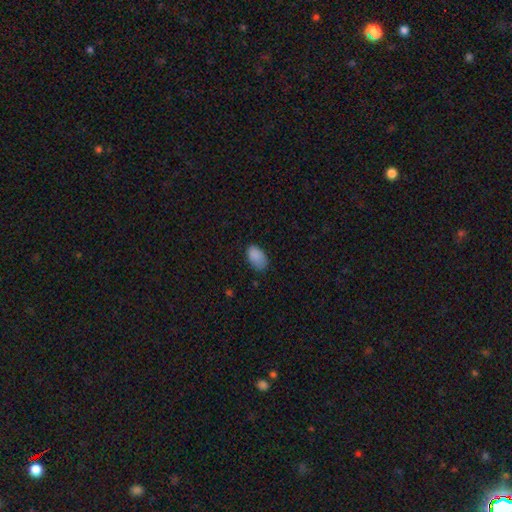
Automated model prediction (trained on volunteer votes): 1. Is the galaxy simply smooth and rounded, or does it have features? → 87% smooth, 8% star or artifact, 5% featured or disk.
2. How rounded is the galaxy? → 92% in between, 7% round, 1% cigar-shaped.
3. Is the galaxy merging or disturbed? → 68% none, 25% minor disturbance, 5% major disturbance, 1% merger.